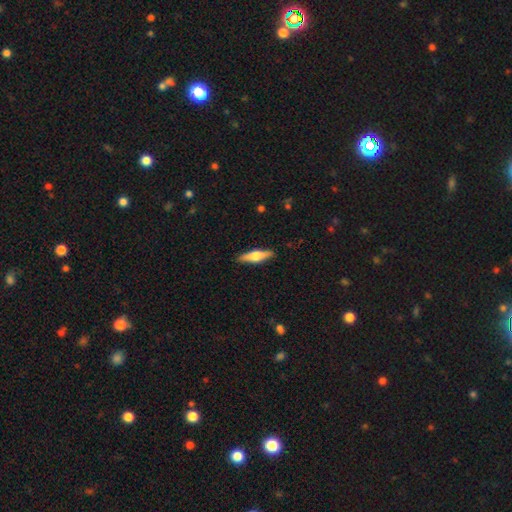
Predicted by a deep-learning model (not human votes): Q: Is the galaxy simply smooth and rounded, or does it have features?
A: featured or disk — 55%.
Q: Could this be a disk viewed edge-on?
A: yes — 96%.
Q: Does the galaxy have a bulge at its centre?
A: rounded — 92%.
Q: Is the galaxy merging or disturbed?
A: none — 90%.